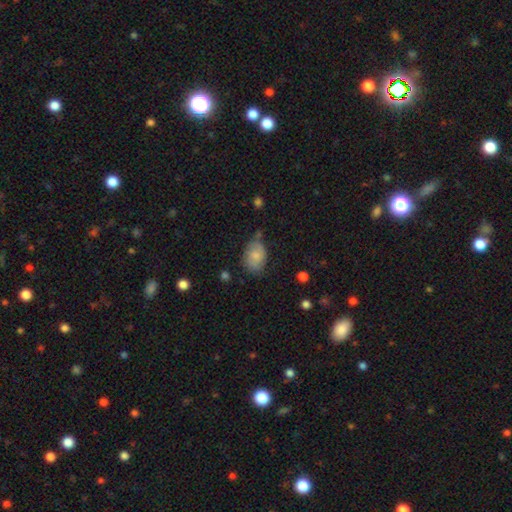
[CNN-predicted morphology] A smooth galaxy with no disk features (74%) that is in between round and cigar-shaped (83%). Merging: none (58%).